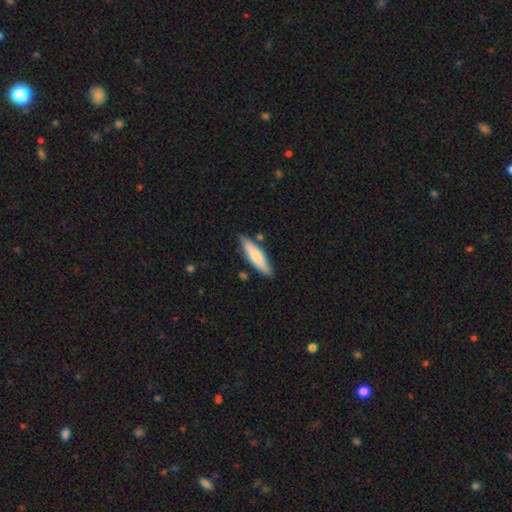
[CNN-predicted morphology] Smooth or featured? Predicted: smooth (p=0.74). How rounded? Predicted: cigar-shaped (p=0.73). Merging? Predicted: none (p=0.82).